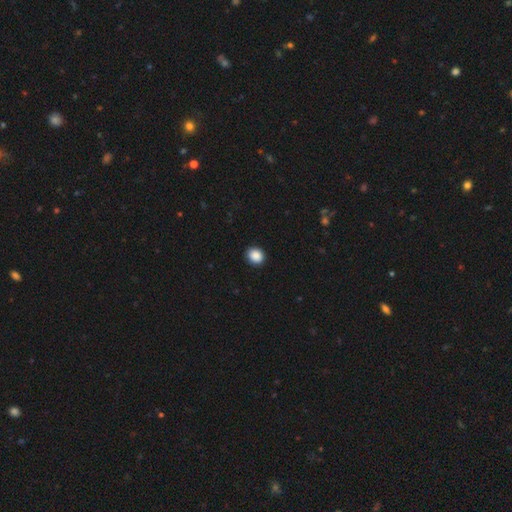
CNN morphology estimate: The model was most divided on "how rounded": round: 66%, in between: 33%, cigar-shaped: 1%. More confident: merging — none (90%); smooth or featured — smooth (89%).